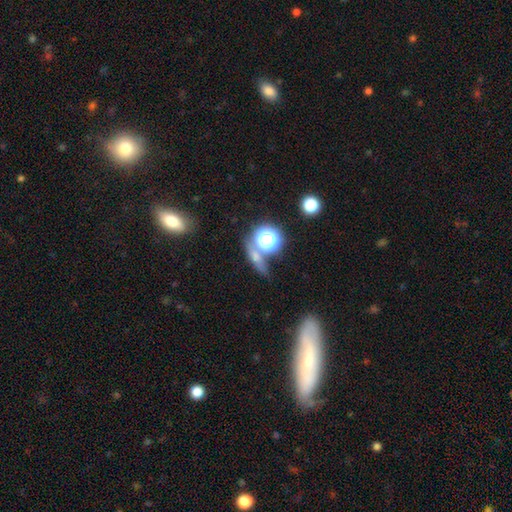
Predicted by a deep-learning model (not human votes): Q: Smooth or featured?
A: smooth (52%); runner-up: star or artifact (30%)
Q: How rounded?
A: round (55%); runner-up: in between (27%)
Q: Merging?
A: none (60%); runner-up: merger (17%)